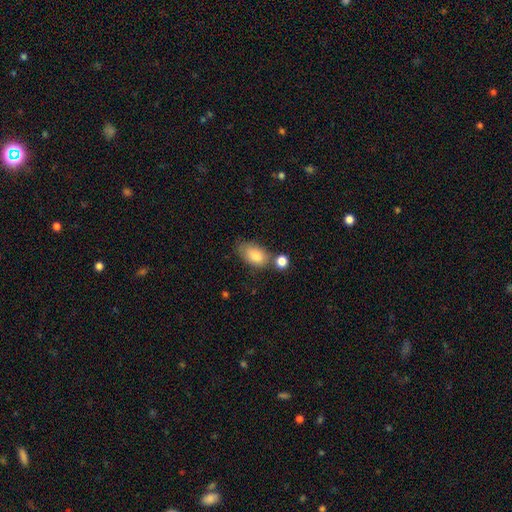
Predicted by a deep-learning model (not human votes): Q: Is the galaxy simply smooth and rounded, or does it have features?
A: smooth — 83%.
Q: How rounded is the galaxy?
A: in between — 90%.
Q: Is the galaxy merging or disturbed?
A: none — 54%.